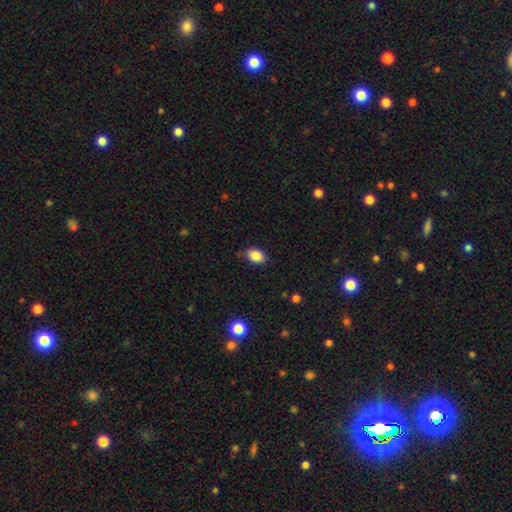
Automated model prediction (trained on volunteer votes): This is clearly a smooth galaxy (87%). How rounded: clearly in between (81%). Merging: likely none (78%).